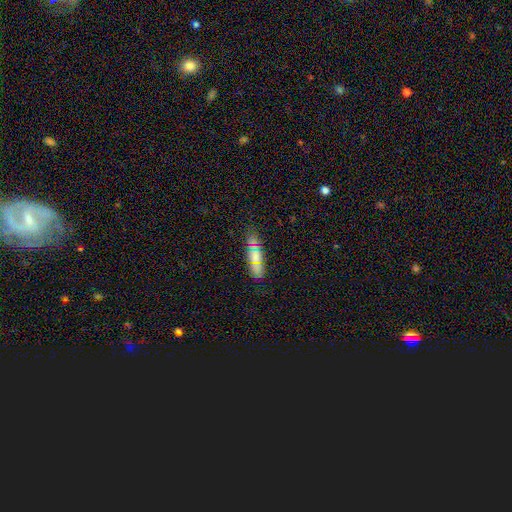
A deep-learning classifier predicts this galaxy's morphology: smooth-or-featured: smooth: 53% | featured or disk: 31% | star or artifact: 16%
  how-rounded: cigar-shaped: 65% | in between: 30% | round: 5%
  merging: none: 64% | minor disturbance: 17% | merger: 12% | major disturbance: 7%